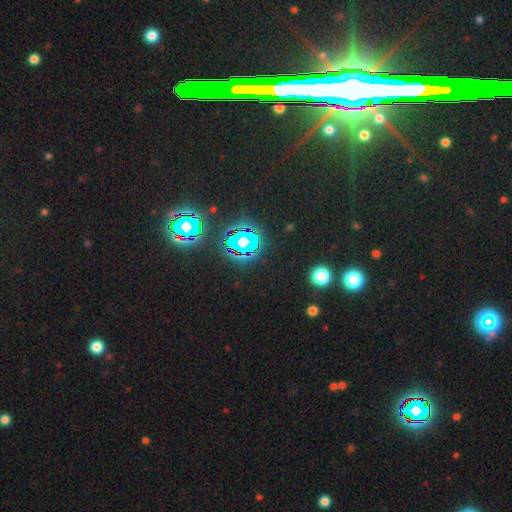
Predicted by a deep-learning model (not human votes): Smooth or featured? star or artifact (82%)